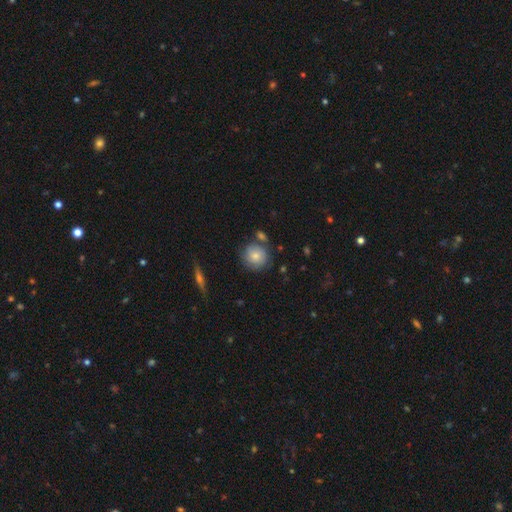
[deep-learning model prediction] Smooth or featured? smooth (74%)
How rounded? round (90%)
Merging? none (71%)